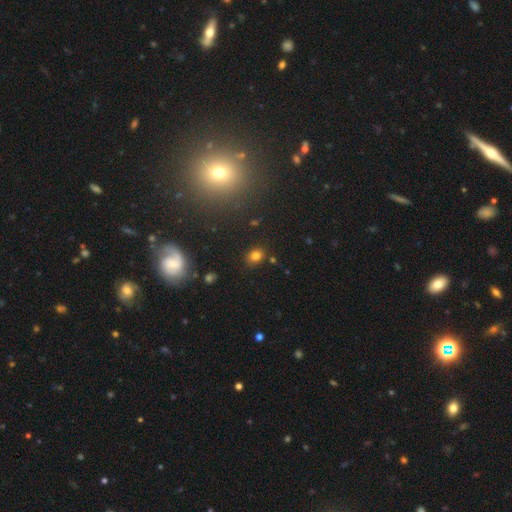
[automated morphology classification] This appears to be a smooth galaxy with no disk features (77%) that is in between round and cigar-shaped (55%). Merging: none (82%).